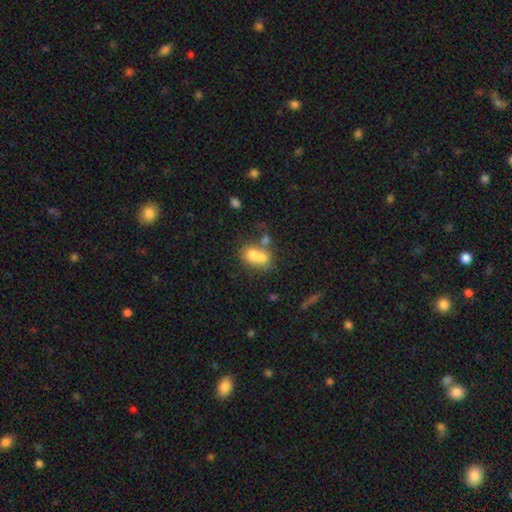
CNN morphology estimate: smooth-or-featured: smooth: 66% | featured or disk: 23% | star or artifact: 11%
  how-rounded: round: 54% | in between: 45% | cigar-shaped: 1%
  merging: merger: 60% | none: 26% | minor disturbance: 8% | major disturbance: 6%